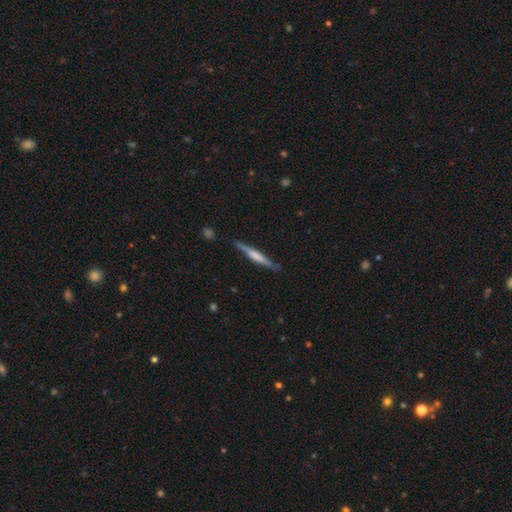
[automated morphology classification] A featured or disk galaxy (53%) viewed edge-on (97%) with a boxy central bulge (35%). Merging: none (86%).